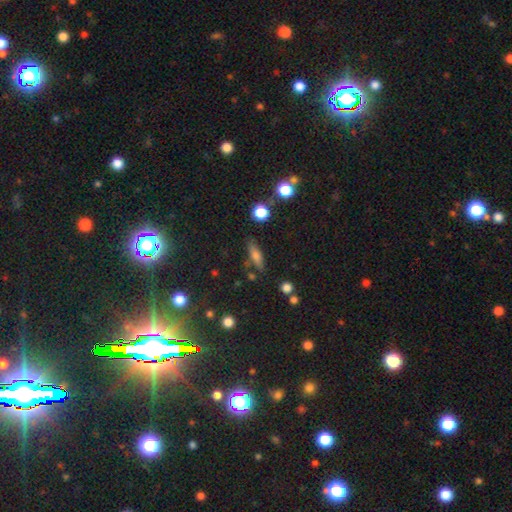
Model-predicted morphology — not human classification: smooth 69%, featured or disk 21%, star or artifact 11%. Down the decision tree: how rounded — cigar-shaped (48%); merging — none (75%).